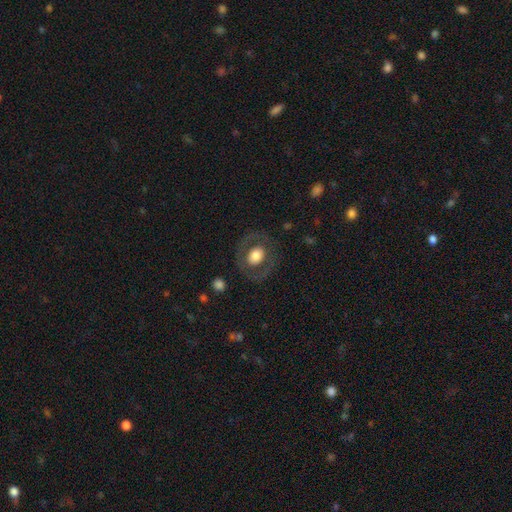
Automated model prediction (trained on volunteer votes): smooth-or-featured: smooth: 56% | featured or disk: 37% | star or artifact: 7%
  how-rounded: round: 57% | in between: 42% | cigar-shaped: 1%
  merging: none: 80% | minor disturbance: 11% | major disturbance: 8% | merger: 1%